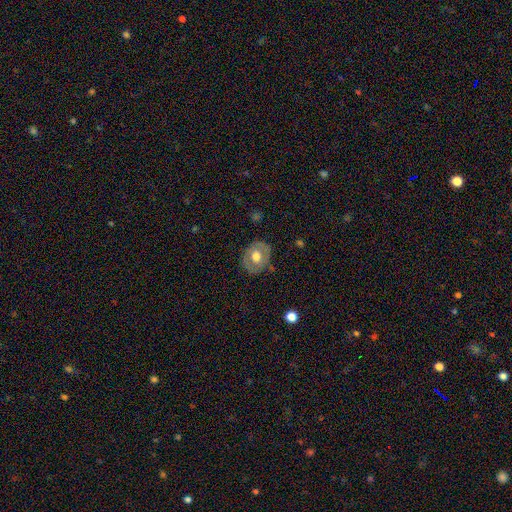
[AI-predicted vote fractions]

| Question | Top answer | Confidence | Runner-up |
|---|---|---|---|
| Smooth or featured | smooth | 48% | featured or disk (46%) |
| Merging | none | 76% | minor disturbance (18%) |